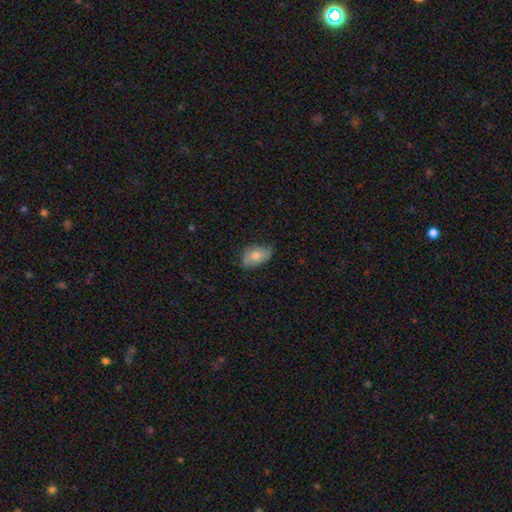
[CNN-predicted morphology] Smooth or featured?
  - smooth: 66% *
  - featured or disk: 26%
  - star or artifact: 8%
How rounded?
  - in between: 87% *
  - round: 11%
  - cigar-shaped: 2%
Merging?
  - none: 68% *
  - minor disturbance: 26%
  - major disturbance: 5%
  - merger: 1%